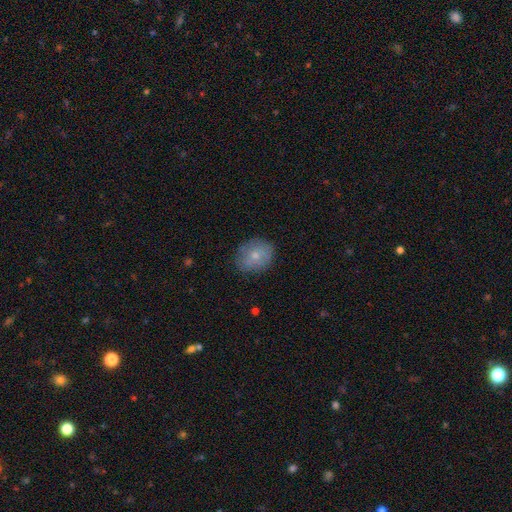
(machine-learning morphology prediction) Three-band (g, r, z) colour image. It shows a smooth galaxy with no disk features (71%) that is round (56%). Merging: none (79%).